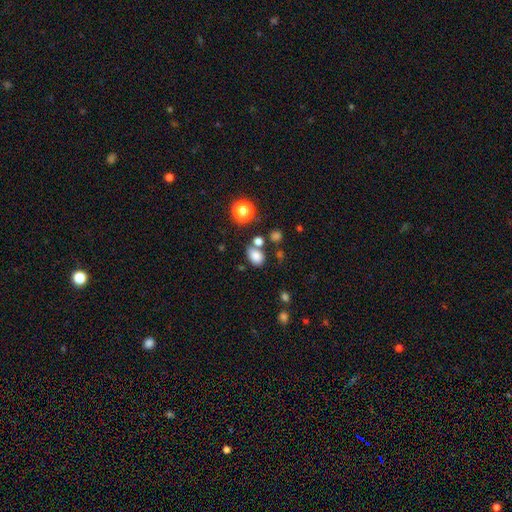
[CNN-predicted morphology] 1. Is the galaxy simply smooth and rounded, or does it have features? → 81% smooth, 13% star or artifact, 6% featured or disk.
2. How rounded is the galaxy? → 70% in between, 29% round, 1% cigar-shaped.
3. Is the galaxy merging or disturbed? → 62% none, 16% merger, 16% minor disturbance, 6% major disturbance.